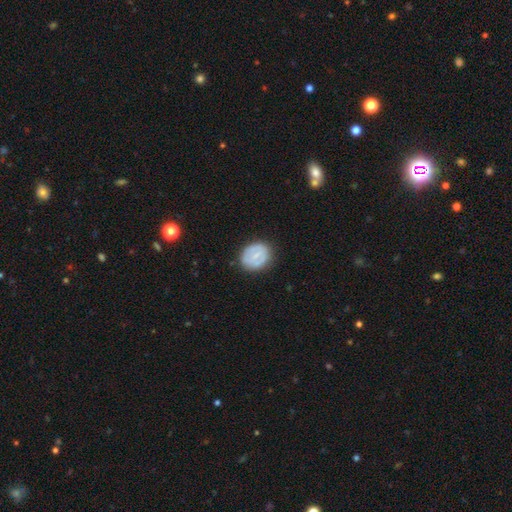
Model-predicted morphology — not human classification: This appears to be a smooth galaxy with no disk features (52%) that is round (63%). Merging: none (78%).